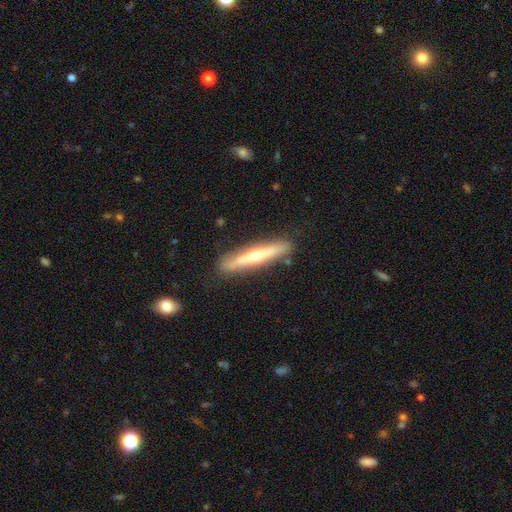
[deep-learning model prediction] A featured or disk galaxy (61%) viewed edge-on (93%) with a rounded central bulge (87%). Merging: none (87%).